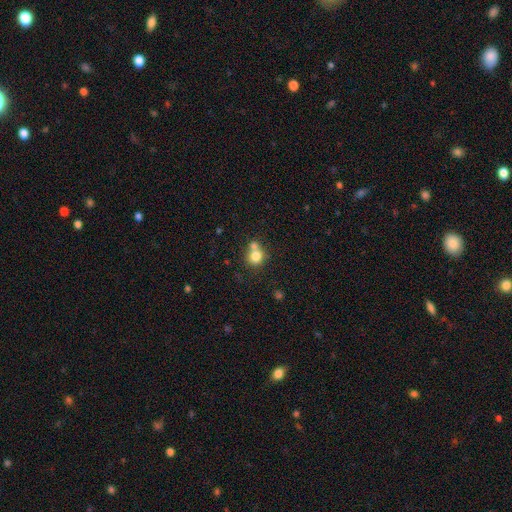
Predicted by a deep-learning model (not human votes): Overall: smooth (78%). How rounded: round (85%). Merging: none (46%; merger 42%).